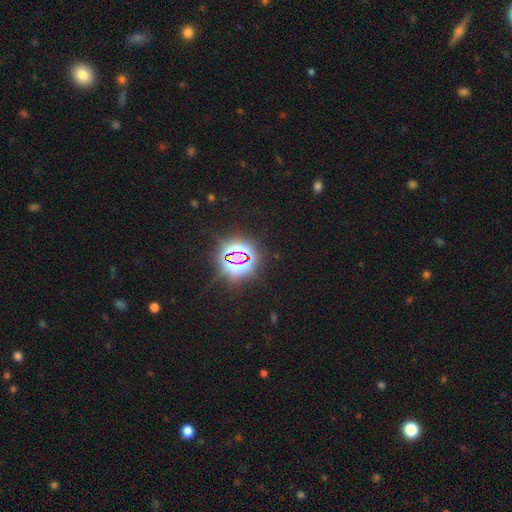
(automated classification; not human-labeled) Smooth or featured? star or artifact (81%)